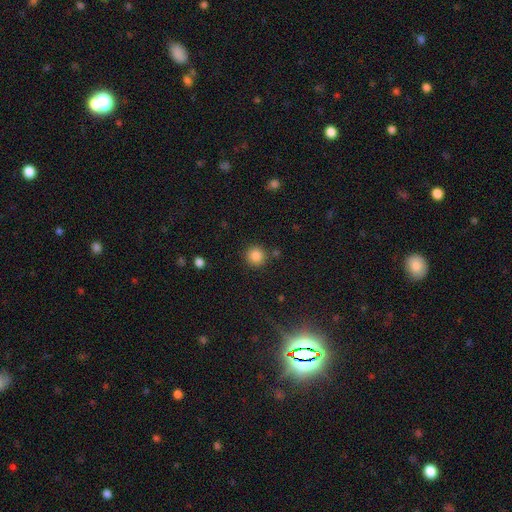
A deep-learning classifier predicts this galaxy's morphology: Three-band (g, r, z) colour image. It shows a smooth galaxy with no disk features (86%) that is round (93%). Merging: none (87%).